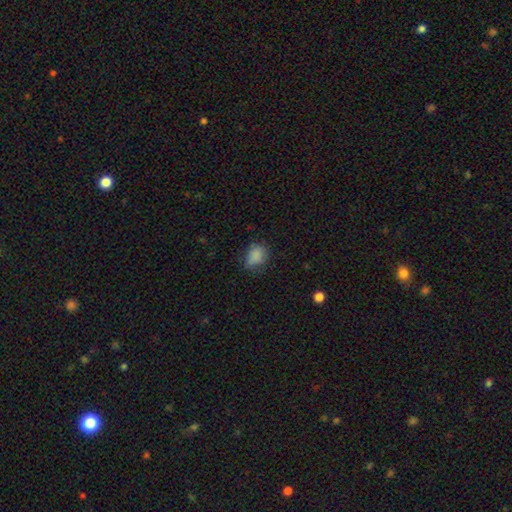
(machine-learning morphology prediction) Smooth or featured: smooth — 82% (star or artifact — 11%)
How rounded: in between — 57% (round — 42%)
Merging: none — 59% (minor disturbance — 30%)